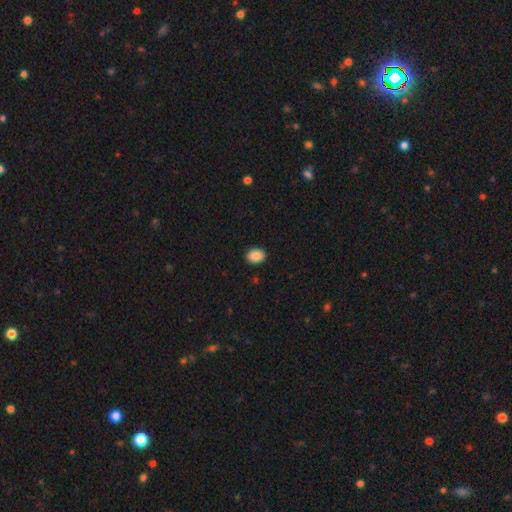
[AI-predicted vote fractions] A smooth galaxy with no disk features (89%) that is in between round and cigar-shaped (61%).

Vote fractions:
- Smooth or featured? smooth: 89% / star or artifact: 8% / featured or disk: 3%
- How rounded? in between: 61% / round: 39% / cigar-shaped: 1%
- Merging? none: 90% / minor disturbance: 7% / major disturbance: 2% / merger: 1%